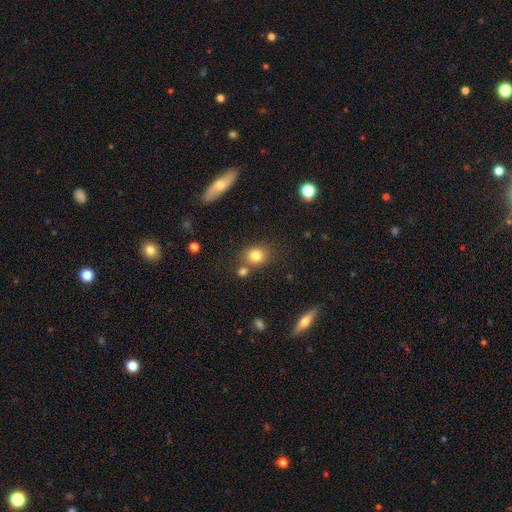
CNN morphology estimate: Q: Smooth or featured?
A: smooth (81%); runner-up: star or artifact (11%)
Q: How rounded?
A: round (67%); runner-up: in between (32%)
Q: Merging?
A: none (67%); runner-up: merger (17%)